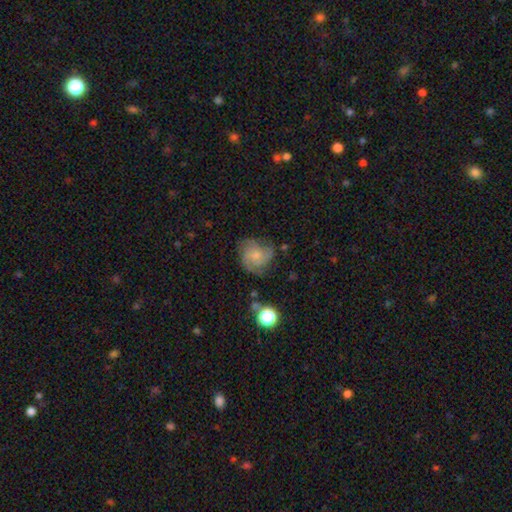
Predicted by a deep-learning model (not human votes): smooth-or-featured: featured or disk: 60% | smooth: 31% | star or artifact: 9%
  disk-edge-on: no: 98% | yes: 2%
    bar: no: 79% | weak: 19% | strong: 2%
    has-spiral-arms: yes: 90% | no: 10%
      spiral-winding: tight: 43% | medium: 42% | loose: 15%
      spiral-arm-count: 3: 38% | can't tell: 24% | 2: 19% | 4: 10% | 1: 5% | more than 4: 5%
    bulge-size: small: 58% | moderate: 31% | none: 8% | large: 2% | dominant: 1%
  merging: none: 61% | minor disturbance: 25% | major disturbance: 12% | merger: 2%